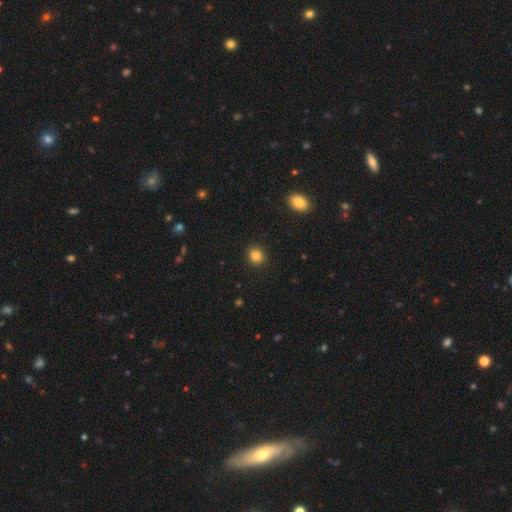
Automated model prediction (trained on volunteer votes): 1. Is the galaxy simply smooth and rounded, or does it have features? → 85% smooth, 11% star or artifact, 4% featured or disk.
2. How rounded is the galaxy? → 79% round, 20% in between, 1% cigar-shaped.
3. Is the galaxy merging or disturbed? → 90% none, 7% minor disturbance, 2% major disturbance, 1% merger.